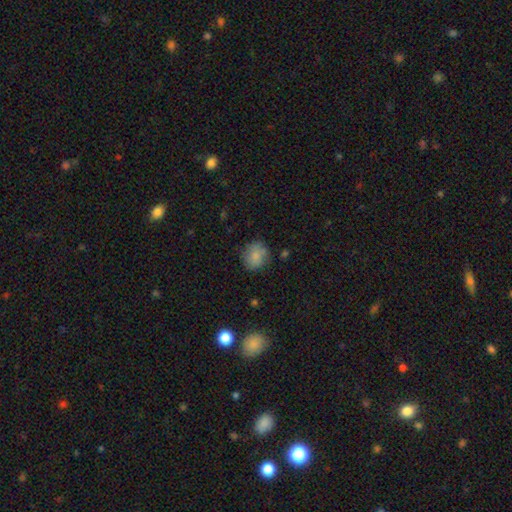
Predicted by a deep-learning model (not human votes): Smooth or featured: smooth — 81% (featured or disk — 10%)
How rounded: round — 81% (in between — 18%)
Merging: none — 74% (minor disturbance — 19%)